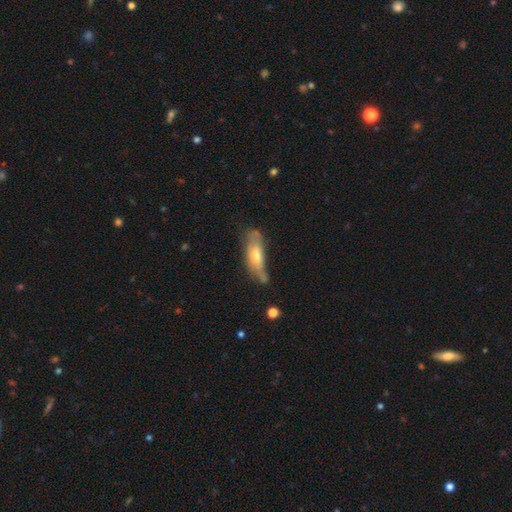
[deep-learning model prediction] This appears to be a smooth galaxy with no disk features (50%). Merging: none (49%).